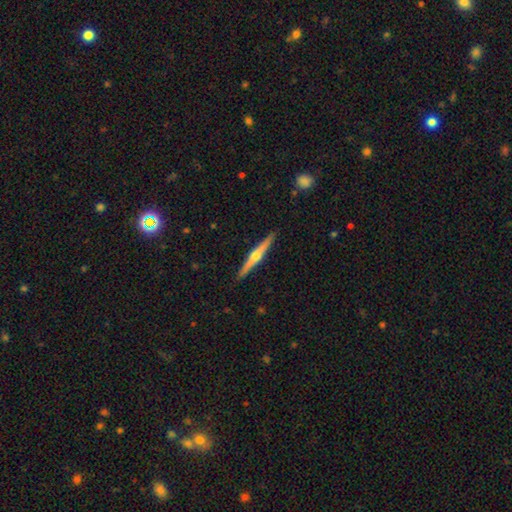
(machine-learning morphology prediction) smooth-or-featured: featured or disk: 74% | smooth: 21% | star or artifact: 5%
  disk-edge-on: yes: 98% | no: 2%
    edge-on-bulge: rounded: 93% | none: 4% | boxy: 3%
  merging: none: 91% | minor disturbance: 6% | major disturbance: 1% | merger: 1%